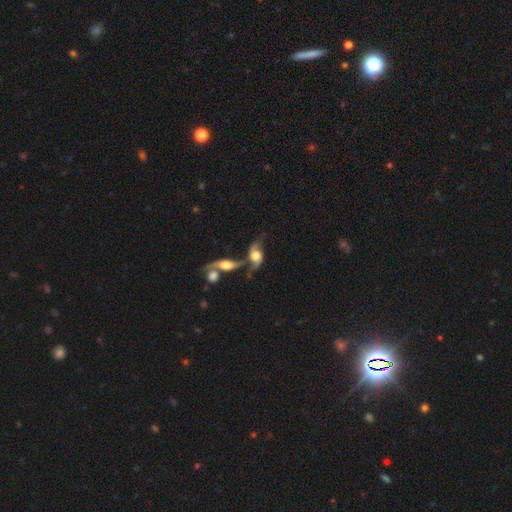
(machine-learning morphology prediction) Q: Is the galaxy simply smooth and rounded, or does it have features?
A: featured or disk — 71%.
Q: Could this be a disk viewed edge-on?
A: no — 89%.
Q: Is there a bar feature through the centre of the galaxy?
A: no — 65%.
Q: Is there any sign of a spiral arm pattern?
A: yes — 90%.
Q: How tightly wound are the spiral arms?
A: loose — 72%.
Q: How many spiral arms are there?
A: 2 — 88%.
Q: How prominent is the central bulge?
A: moderate — 42%, tied with large.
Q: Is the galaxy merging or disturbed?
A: merger — 50%.